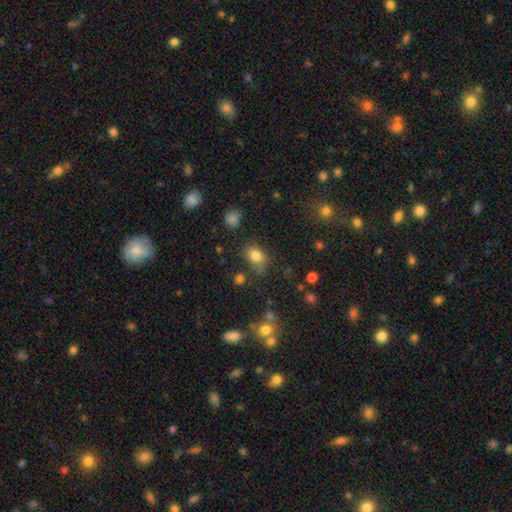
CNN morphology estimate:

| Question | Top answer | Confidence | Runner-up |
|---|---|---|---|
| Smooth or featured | smooth | 80% | star or artifact (13%) |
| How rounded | in between | 65% | round (33%) |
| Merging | none | 62% | minor disturbance (24%) |